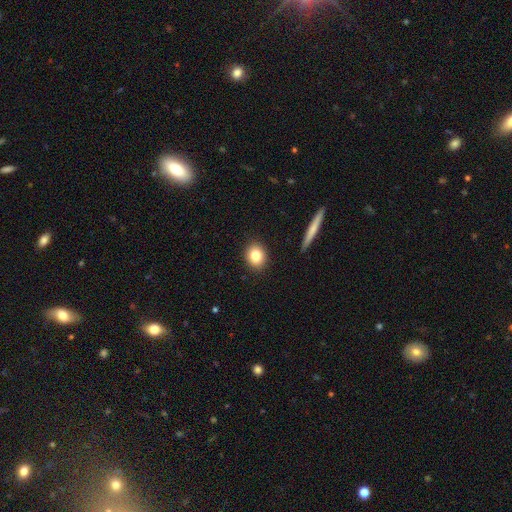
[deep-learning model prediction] This appears to be a smooth galaxy with no disk features (81%) that is round (61%). Merging: none (90%).